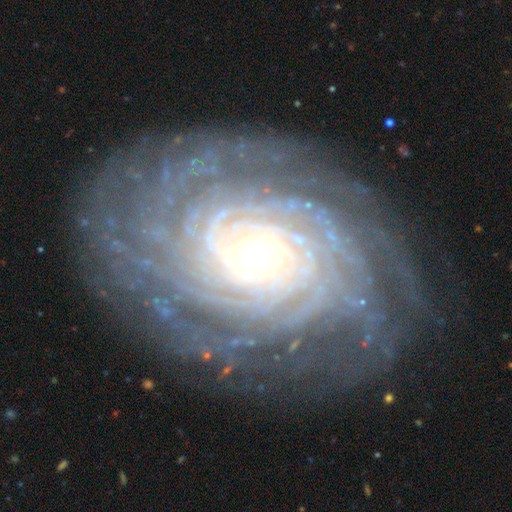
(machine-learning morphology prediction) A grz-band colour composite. It shows a featured or disk galaxy (90%) with no bar (66%), more than 4 (37%) tight (87%) spiral arms (98%) and a small central bulge (76%). Merging: none (81%).